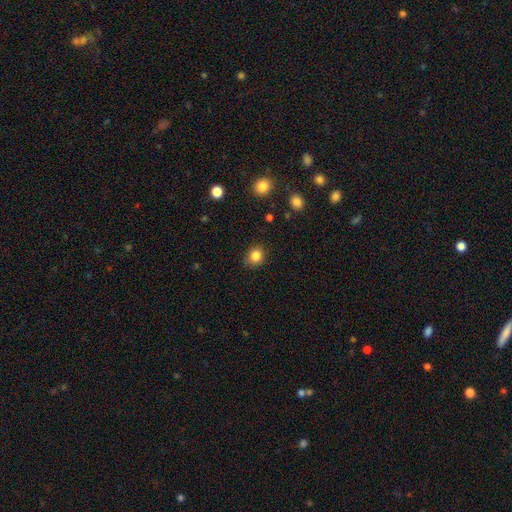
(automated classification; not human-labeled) Smooth or featured? Predicted: smooth (p=0.84). How rounded? Predicted: round (p=0.71). Merging? Predicted: none (p=0.80).